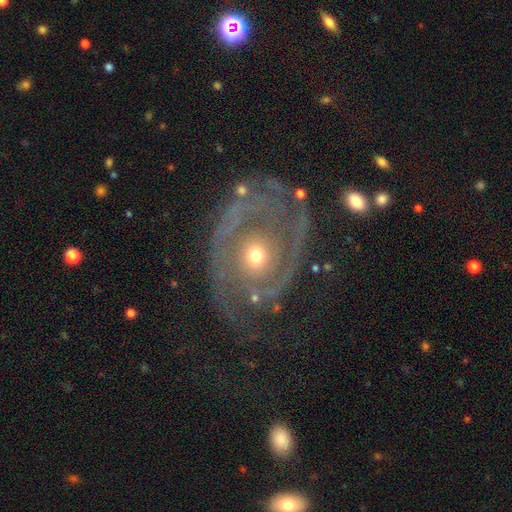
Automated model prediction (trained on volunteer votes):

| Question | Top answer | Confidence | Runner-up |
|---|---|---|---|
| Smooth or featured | featured or disk | 84% | smooth (9%) |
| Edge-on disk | no | 97% | yes (3%) |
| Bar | no | 78% | weak (15%) |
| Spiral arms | yes | 89% | no (11%) |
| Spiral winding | tight | 55% | medium (31%) |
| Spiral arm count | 2 | 49% | can't tell (18%) |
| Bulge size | small | 54% | moderate (41%) |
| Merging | none | 60% | major disturbance (19%) |